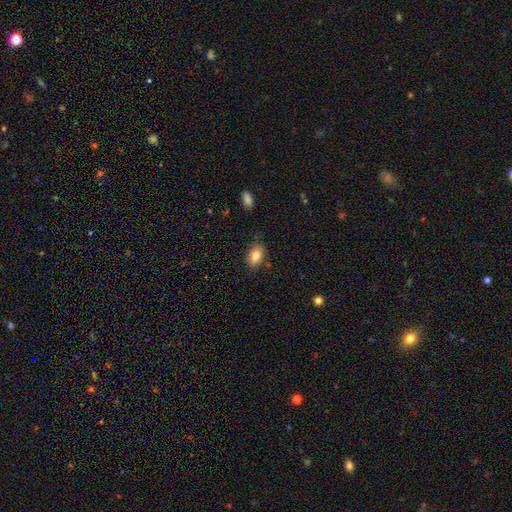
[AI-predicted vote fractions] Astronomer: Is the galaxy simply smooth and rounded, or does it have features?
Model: smooth — 84%.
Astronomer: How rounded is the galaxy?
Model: in between — 91%.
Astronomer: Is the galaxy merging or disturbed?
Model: none — 80%.